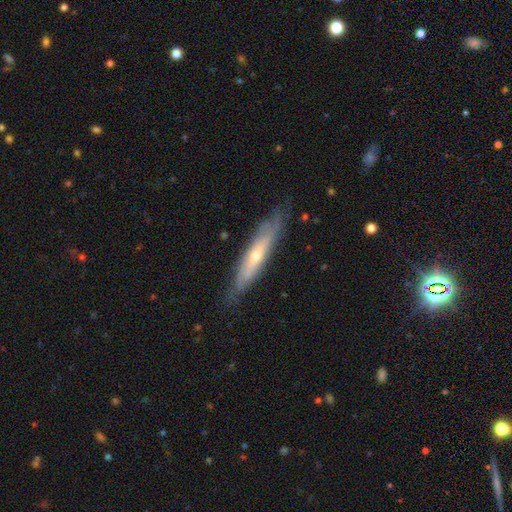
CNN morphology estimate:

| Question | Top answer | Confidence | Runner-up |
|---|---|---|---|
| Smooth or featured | featured or disk | 64% | smooth (30%) |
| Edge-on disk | yes | 58% | no (42%) |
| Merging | none | 74% | minor disturbance (19%) |